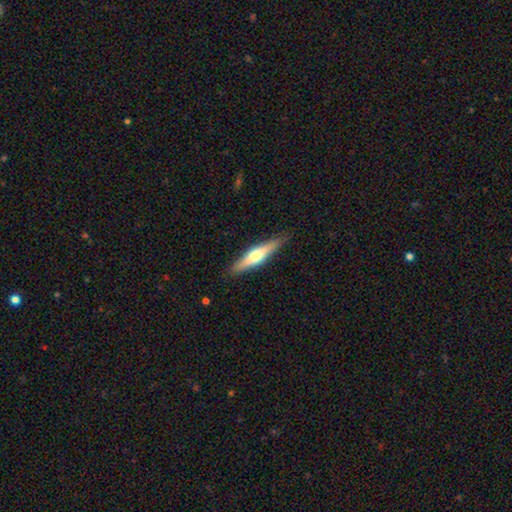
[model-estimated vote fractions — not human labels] Smooth or featured? Predicted: featured or disk (p=0.57). Edge-on disk? Predicted: yes (p=0.94). Edge-on bulge? Predicted: rounded (p=0.92). Merging? Predicted: none (p=0.88).